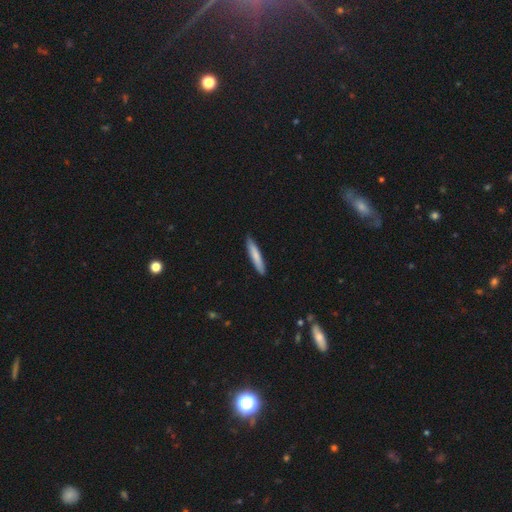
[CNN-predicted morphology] smooth_or_featured: smooth (p=0.79) [alt: featured or disk p=0.16]
how_rounded: cigar-shaped (p=0.91) [alt: in between p=0.07]
merging: none (p=0.88) [alt: minor disturbance p=0.09]